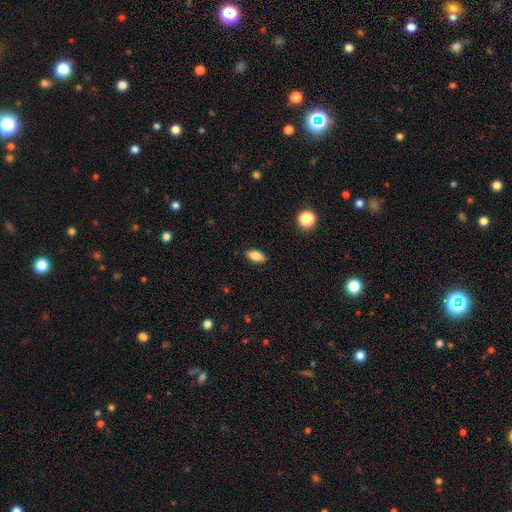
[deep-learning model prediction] smooth-or-featured: smooth: 78% | featured or disk: 14% | star or artifact: 8%
  how-rounded: in between: 84% | cigar-shaped: 13% | round: 4%
  merging: none: 89% | minor disturbance: 8% | major disturbance: 2% | merger: 1%